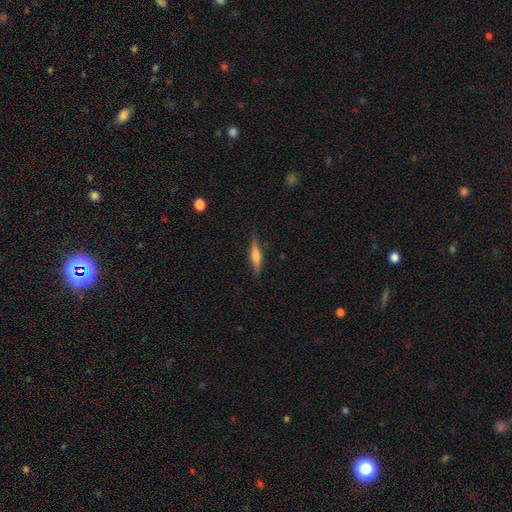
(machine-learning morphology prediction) Overall: featured or disk (48%; smooth 46%). Merging: none (84%).